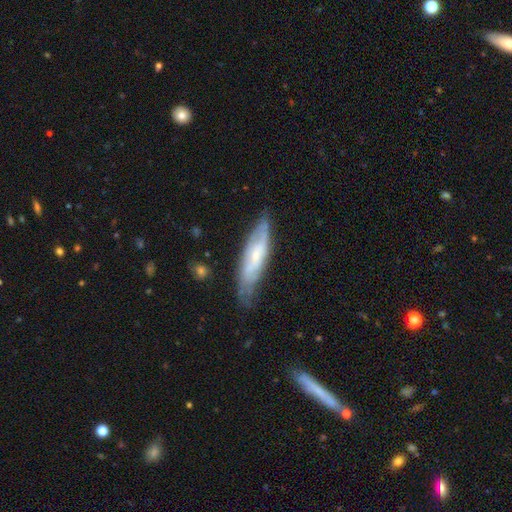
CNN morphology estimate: A featured or disk galaxy (65%).

Vote fractions:
- Smooth or featured? featured or disk: 65% / smooth: 28% / star or artifact: 6%
- Edge-on disk? no: 66% / yes: 34%
- Merging? none: 67% / minor disturbance: 24% / major disturbance: 7% / merger: 2%